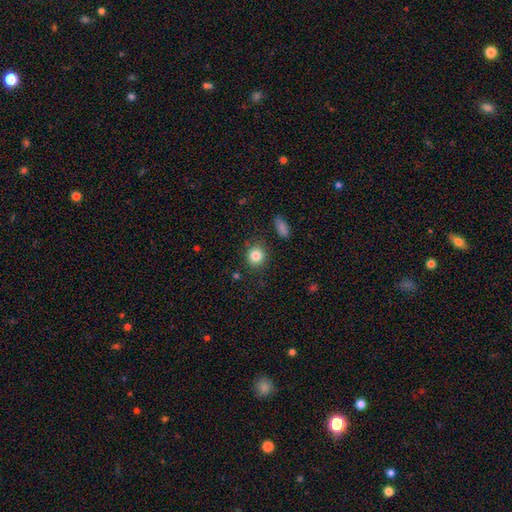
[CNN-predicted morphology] Smooth or featured? Predicted: smooth (p=0.85). How rounded? Predicted: round (p=0.82). Merging? Predicted: none (p=0.85).